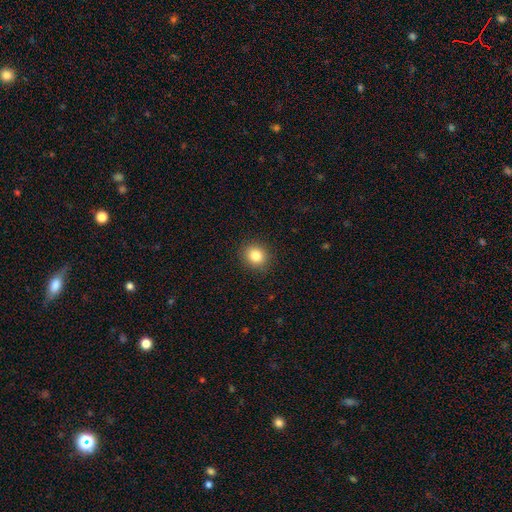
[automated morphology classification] This appears to be a smooth galaxy with no disk features (83%) that is round (81%). Merging: none (90%).